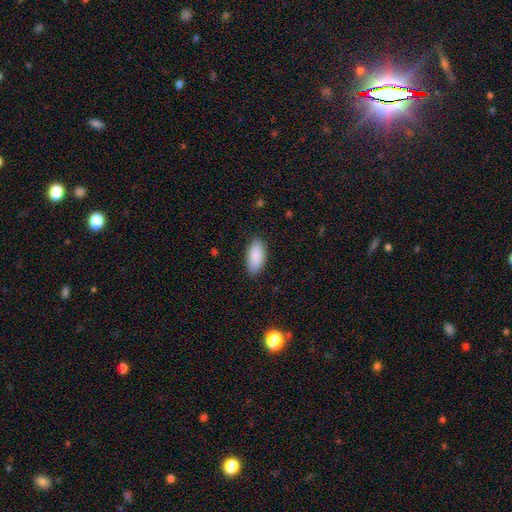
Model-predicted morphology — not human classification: A smooth galaxy with no disk features (90%) that is in between round and cigar-shaped (91%).

Vote fractions:
- Smooth or featured? smooth: 90% / star or artifact: 6% / featured or disk: 4%
- How rounded? in between: 91% / cigar-shaped: 7% / round: 2%
- Merging? none: 86% / minor disturbance: 11% / major disturbance: 2% / merger: 1%